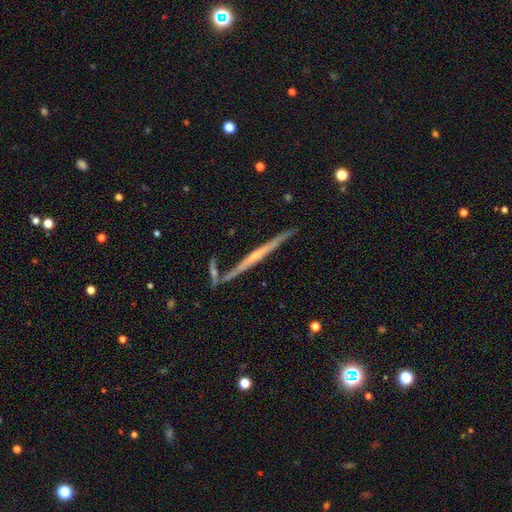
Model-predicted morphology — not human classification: The model was most divided on "edge-on bulge": rounded: 47%, none: 46%, boxy: 7%. More confident: edge-on disk — yes (98%); merging — none (85%); smooth or featured — featured or disk (77%).